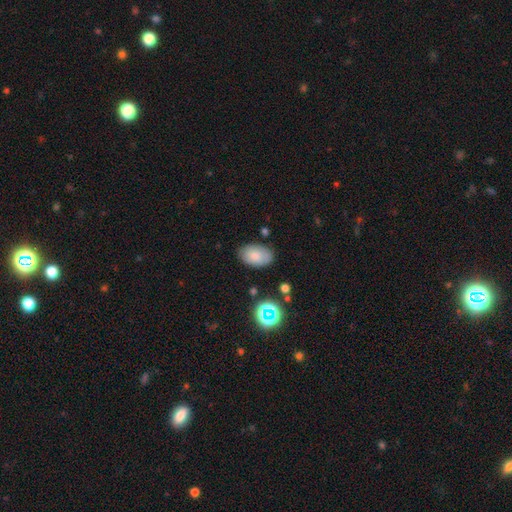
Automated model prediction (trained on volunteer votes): smooth-or-featured: smooth: 81% | featured or disk: 10% | star or artifact: 9%
  how-rounded: in between: 91% | round: 8% | cigar-shaped: 1%
  merging: none: 81% | minor disturbance: 14% | major disturbance: 3% | merger: 2%